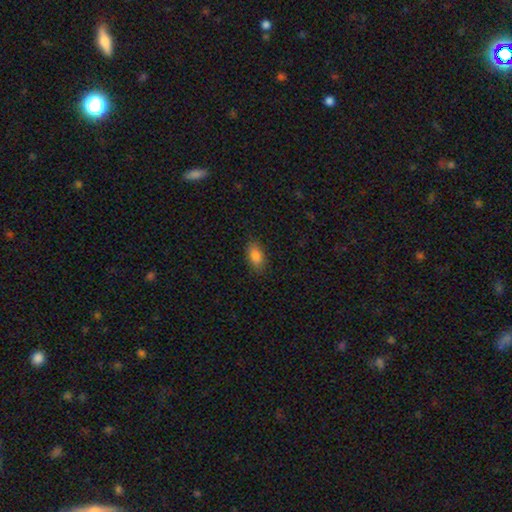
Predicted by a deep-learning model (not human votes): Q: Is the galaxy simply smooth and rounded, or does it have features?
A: smooth — 85%.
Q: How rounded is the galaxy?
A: in between — 91%.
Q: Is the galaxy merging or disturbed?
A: none — 86%.